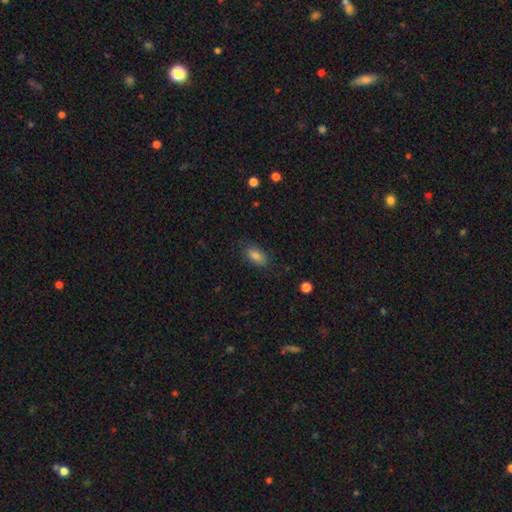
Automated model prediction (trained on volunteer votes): The model was most divided on "merging": none: 81%, minor disturbance: 14%, major disturbance: 4%, merger: 1%. More confident: how rounded — in between (88%); smooth or featured — smooth (81%).